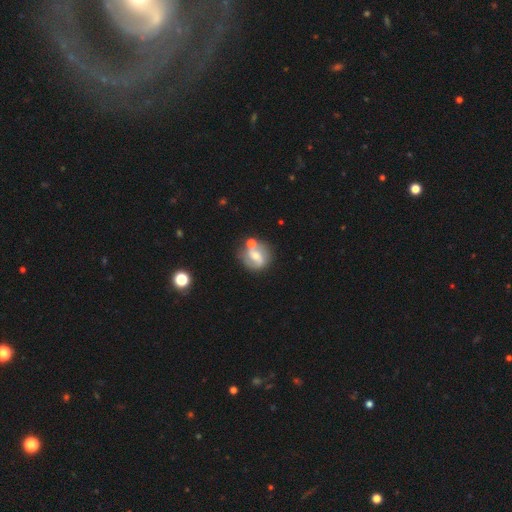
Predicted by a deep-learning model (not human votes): smooth_or_featured: featured or disk (p=0.63) [alt: smooth p=0.29]
disk_edge_on: no (p=0.96) [alt: yes p=0.04]
bar: weak (p=0.43) [alt: no p=0.33]
has_spiral_arms: yes (p=0.79) [alt: no p=0.21]
bulge_size: moderate (p=0.53) [alt: small p=0.40]
merging: none (p=0.61) [alt: merger p=0.18]